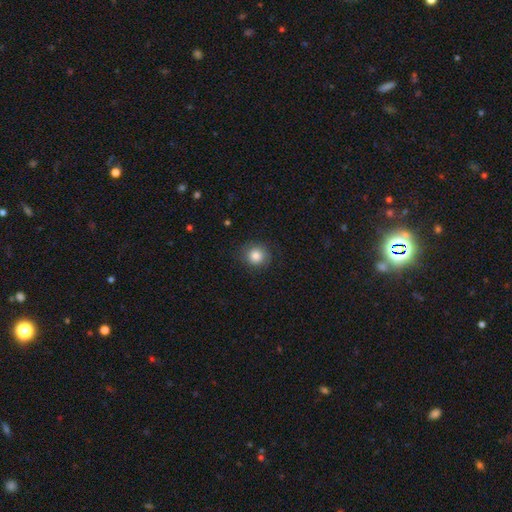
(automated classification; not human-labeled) A smooth galaxy with no disk features (84%) that is round (87%). Merging: none (83%).